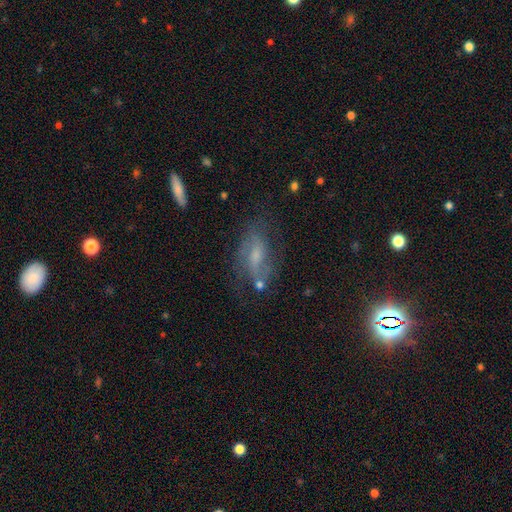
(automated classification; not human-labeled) Morphology: type=featured or disk (62%); edge-on=no (89%); bar=weak (46%); spiral arms=yes (80%); bulge=small (43%); merging=none (61%).